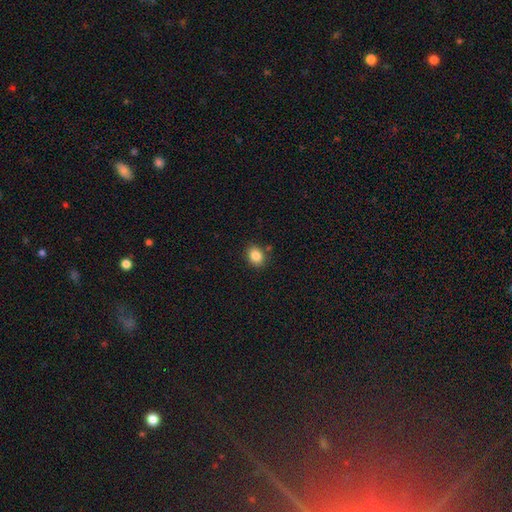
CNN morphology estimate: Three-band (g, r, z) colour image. It shows a smooth galaxy with no disk features (85%) that is in between round and cigar-shaped (57%). Merging: none (85%).